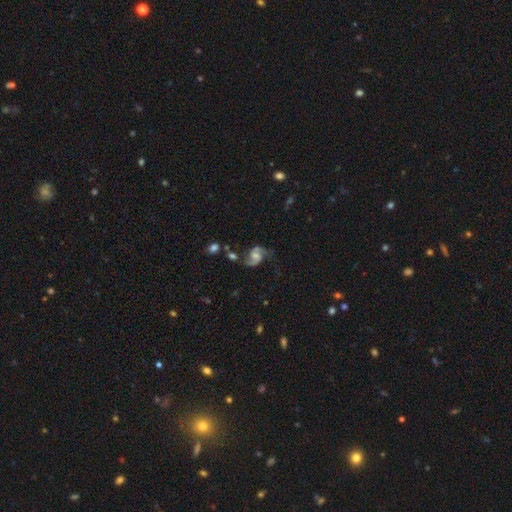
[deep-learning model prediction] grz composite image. It shows a featured or disk galaxy (86%) with no bar (52%), 2 (93%) medium (46%) spiral arms (97%) and a moderate central bulge (41%). Merging: none (68%).